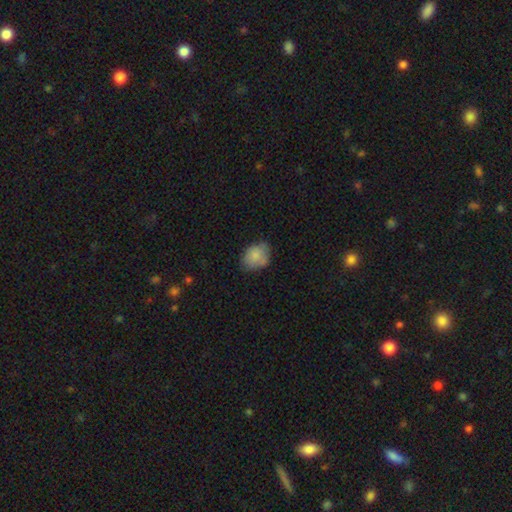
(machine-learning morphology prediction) This appears to be a smooth galaxy with no disk features (79%) that is in between round and cigar-shaped (70%). Merging: none (62%).